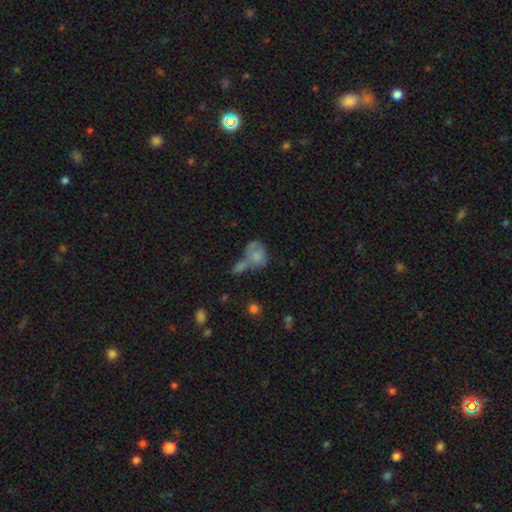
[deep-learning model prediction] Overall: smooth (72%). How rounded: in between (51%; round 47%). Merging: merger (53%; none 22%).